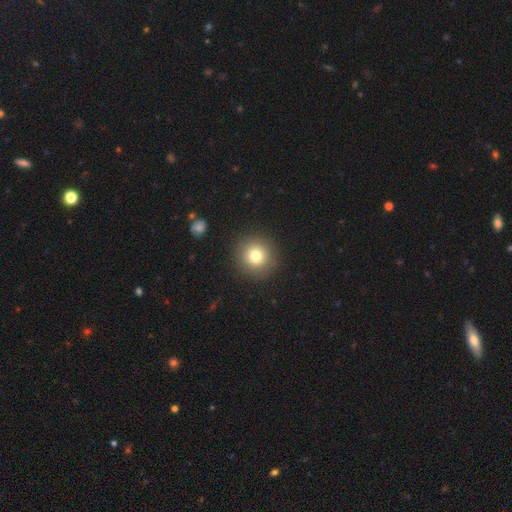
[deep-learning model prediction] Morphology: type=smooth (77%); roundness=round (94%); merging=none (90%).